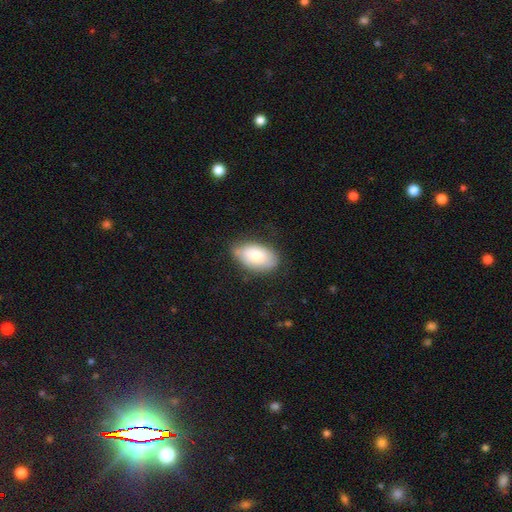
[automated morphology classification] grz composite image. It shows a smooth galaxy with no disk features (77%) that is in between round and cigar-shaped (93%). Merging: none (69%).